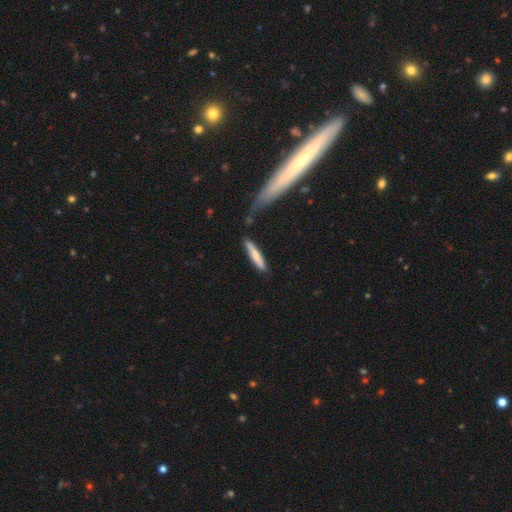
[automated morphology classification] The model was most divided on "smooth or featured": smooth: 67%, featured or disk: 28%, star or artifact: 6%. More confident: how rounded — cigar-shaped (88%); merging — none (75%).